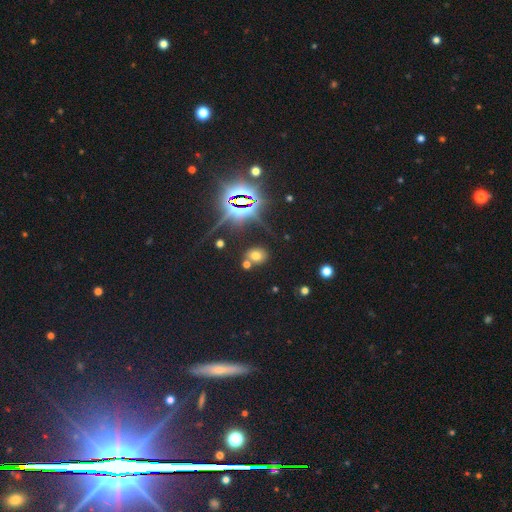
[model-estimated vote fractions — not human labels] A smooth galaxy with no disk features (56%) that is round (56%). Merging: none (68%).